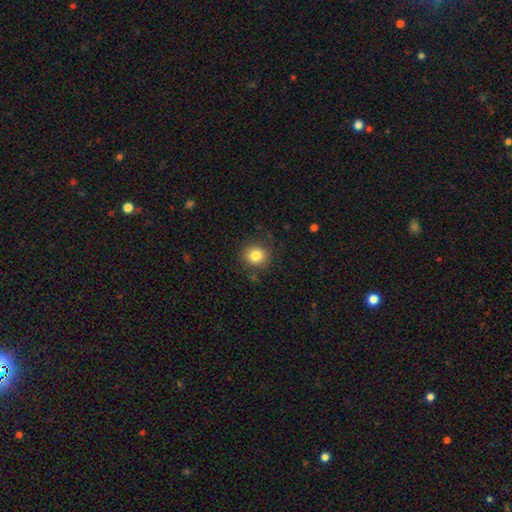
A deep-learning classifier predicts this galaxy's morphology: Smooth or featured? Predicted: smooth (p=0.83). How rounded? Predicted: round (p=0.84). Merging? Predicted: none (p=0.86).